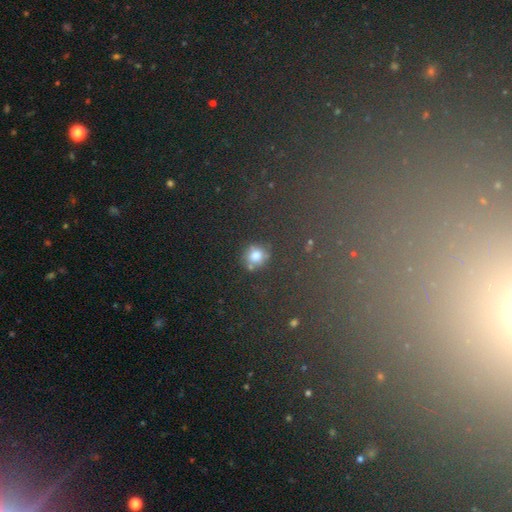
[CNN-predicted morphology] A smooth galaxy with no disk features (74%) that is round (80%).

Vote fractions:
- Smooth or featured? smooth: 74% / star or artifact: 17% / featured or disk: 9%
- How rounded? round: 80% / in between: 18% / cigar-shaped: 2%
- Merging? none: 69% / minor disturbance: 15% / merger: 10% / major disturbance: 7%